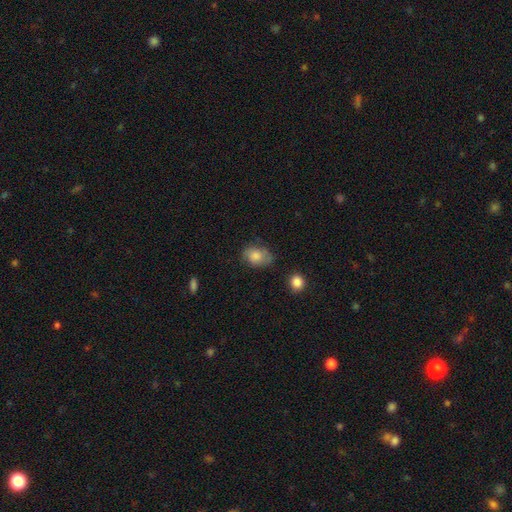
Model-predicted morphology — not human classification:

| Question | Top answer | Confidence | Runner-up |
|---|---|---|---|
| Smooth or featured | smooth | 76% | featured or disk (16%) |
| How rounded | in between | 72% | round (27%) |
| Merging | none | 60% | minor disturbance (29%) |